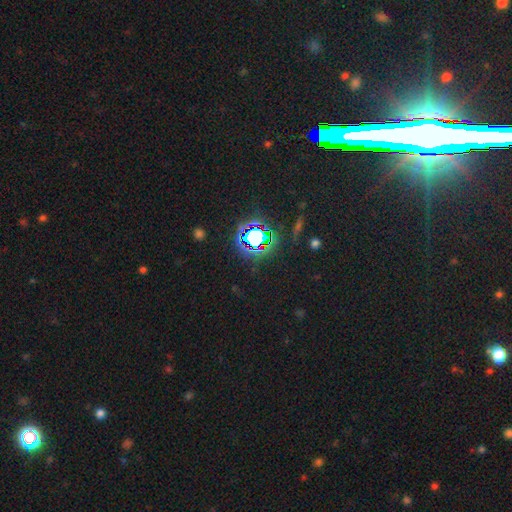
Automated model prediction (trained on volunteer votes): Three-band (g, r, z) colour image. It shows a star or artifact, not a galaxy (76%).